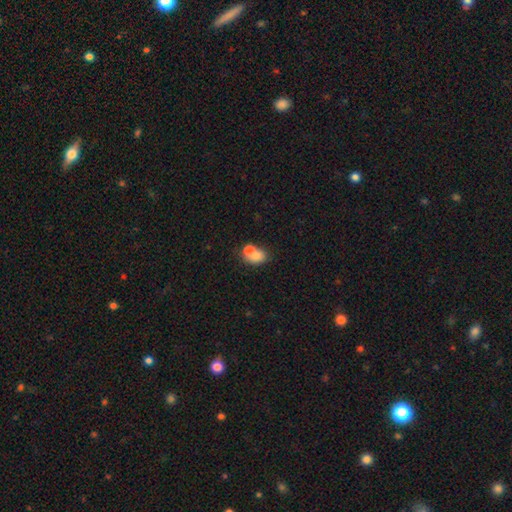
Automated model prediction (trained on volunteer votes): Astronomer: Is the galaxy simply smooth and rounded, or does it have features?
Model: smooth — 73%.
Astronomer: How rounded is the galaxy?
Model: in between — 63%.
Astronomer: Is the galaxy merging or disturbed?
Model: merger — 51% (runner-up: none, 32%).